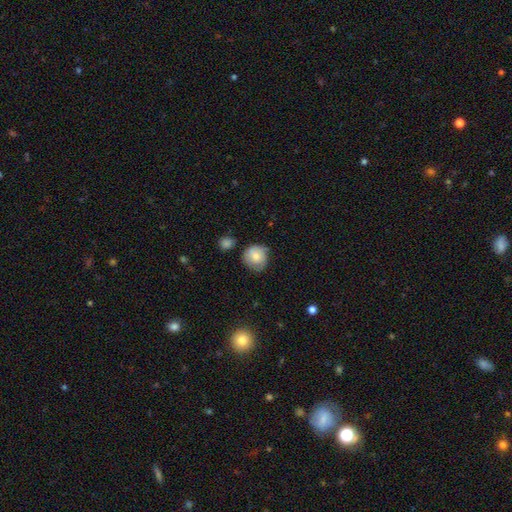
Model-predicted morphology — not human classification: This appears to be a smooth galaxy with no disk features (69%) that is round (85%). Merging: none (64%).